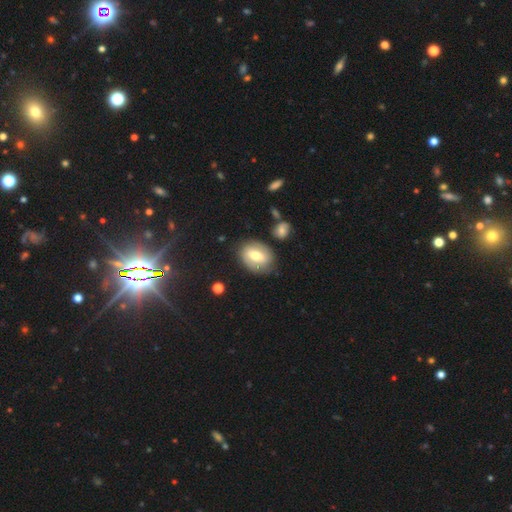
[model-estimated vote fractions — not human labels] smooth_or_featured: smooth (p=0.56) [alt: featured or disk p=0.36]
how_rounded: in between (p=0.69) [alt: round p=0.30]
merging: none (p=0.77) [alt: minor disturbance p=0.15]